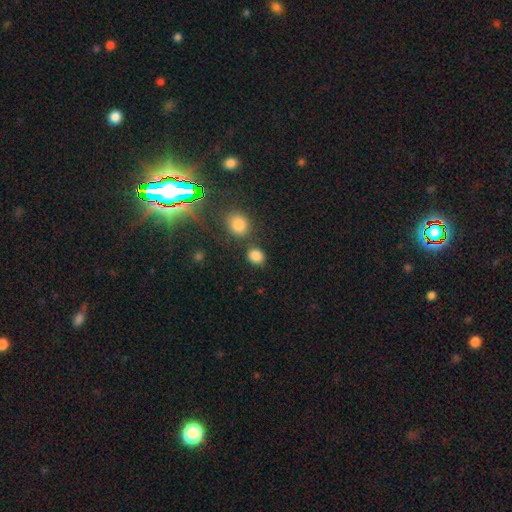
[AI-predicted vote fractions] Smooth or featured? smooth (84%)
How rounded? round (65%)
Merging? none (75%)